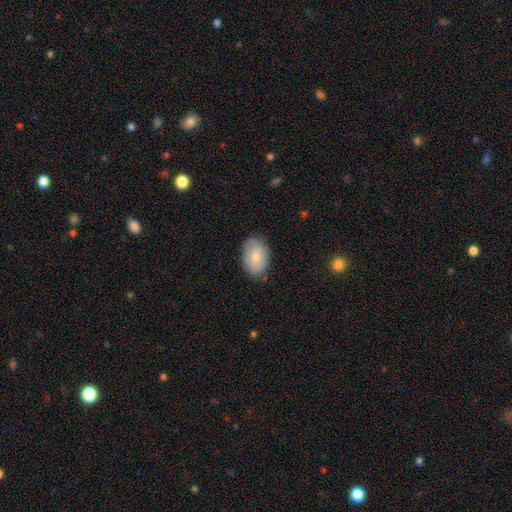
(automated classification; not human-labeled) A smooth galaxy with no disk features (70%) that is in between round and cigar-shaped (86%). Merging: none (83%).